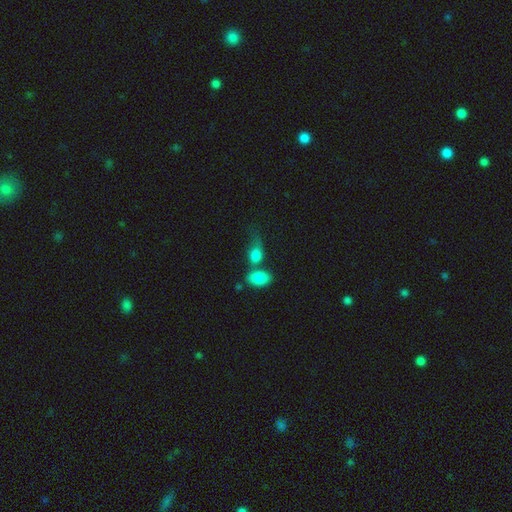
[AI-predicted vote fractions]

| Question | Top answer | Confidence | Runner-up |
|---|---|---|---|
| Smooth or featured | smooth | 82% | featured or disk (10%) |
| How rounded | in between | 73% | round (24%) |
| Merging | merger | 39% | none (29%) |